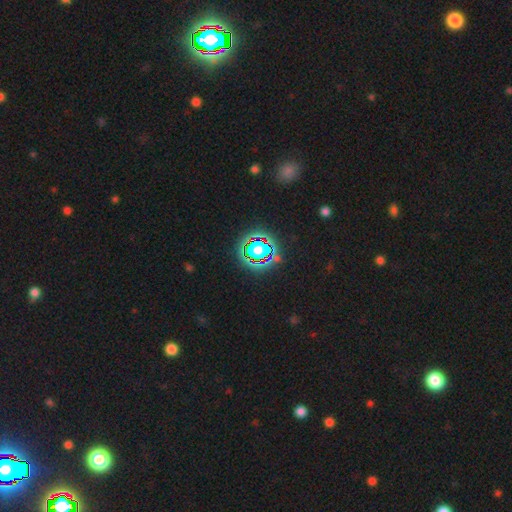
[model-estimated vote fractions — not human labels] Smooth or featured? star or artifact (81%)